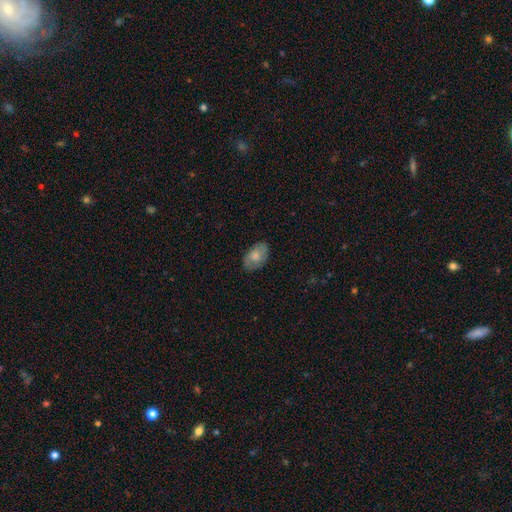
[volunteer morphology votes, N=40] A smooth galaxy with no disk features (80%) that is in between round and cigar-shaped (97%). Merging: none (76%).